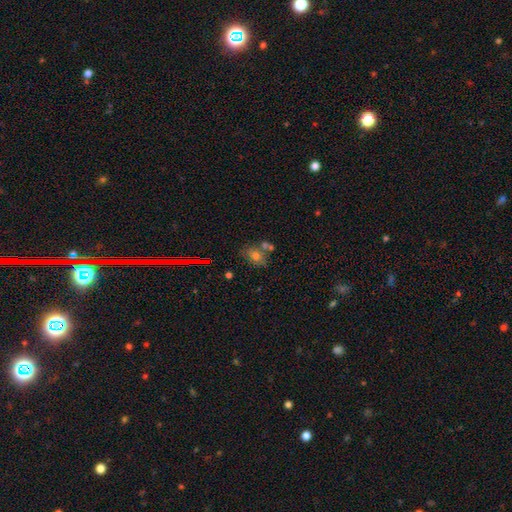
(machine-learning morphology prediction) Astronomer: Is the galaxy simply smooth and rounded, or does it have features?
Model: smooth — 66%.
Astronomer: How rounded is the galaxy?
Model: in between — 56% (runner-up: round, 42%).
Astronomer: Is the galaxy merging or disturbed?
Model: none — 52% (runner-up: merger, 28%).